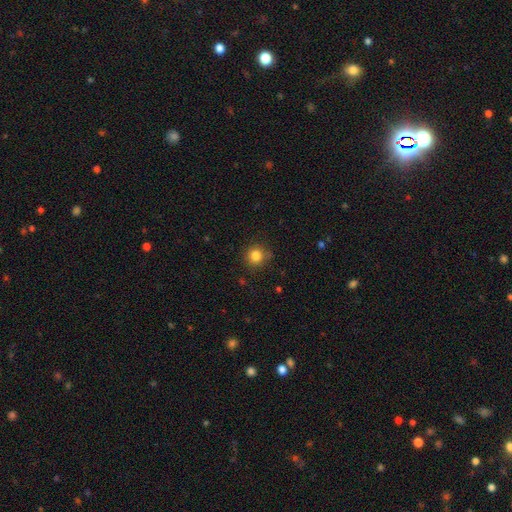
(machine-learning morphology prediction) smooth_or_featured: smooth (p=0.84) [alt: star or artifact p=0.12]
how_rounded: round (p=0.93) [alt: in between p=0.07]
merging: none (p=0.85) [alt: minor disturbance p=0.10]